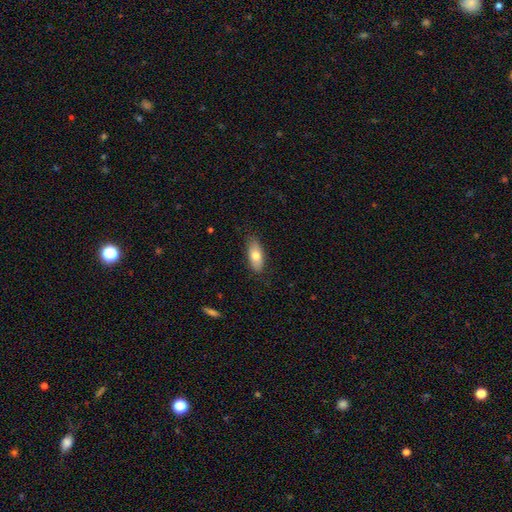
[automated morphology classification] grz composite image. It shows a smooth galaxy with no disk features (74%) that is in between round and cigar-shaped (84%). Merging: none (83%).